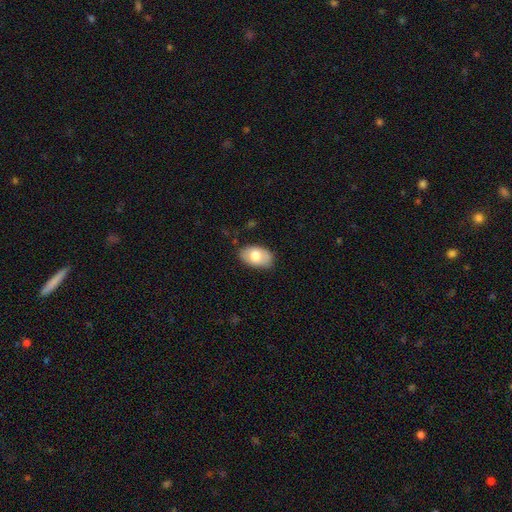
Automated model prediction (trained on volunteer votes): This appears to be a smooth galaxy with no disk features (73%) that is in between round and cigar-shaped (90%). Merging: none (81%).